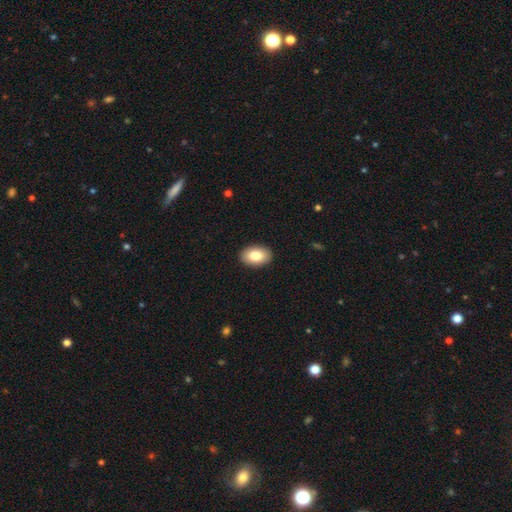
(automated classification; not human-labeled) Smooth or featured? Predicted: smooth (p=0.83). How rounded? Predicted: in between (p=0.89). Merging? Predicted: none (p=0.91).